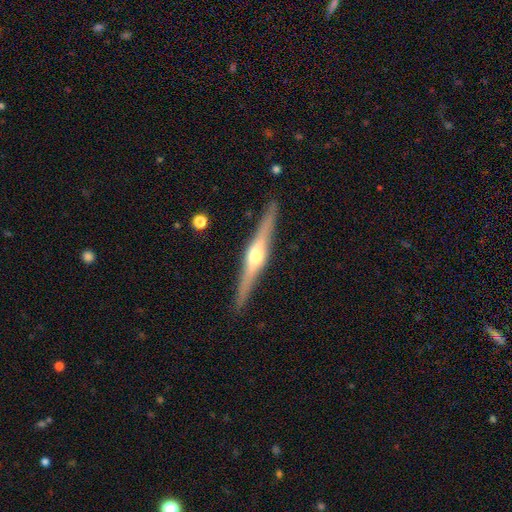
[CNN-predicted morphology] Q: Smooth or featured?
A: featured or disk (80%); runner-up: smooth (15%)
Q: Edge-on disk?
A: yes (98%); runner-up: no (2%)
Q: Edge-on bulge?
A: rounded (91%); runner-up: boxy (6%)
Q: Merging?
A: none (90%); runner-up: minor disturbance (7%)